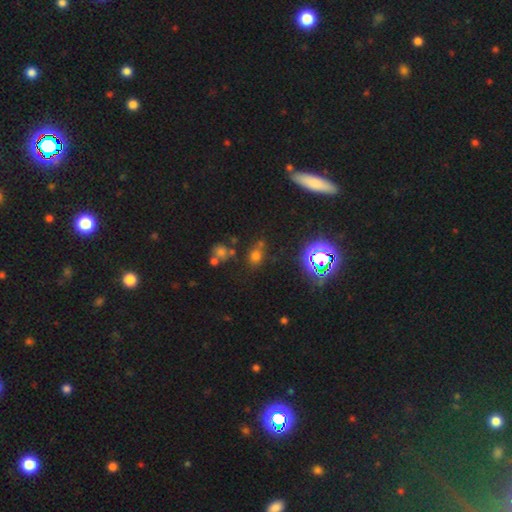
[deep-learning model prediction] This is possibly a smooth galaxy (56%). How rounded: possibly round (57%). Merging: likely none (62%).